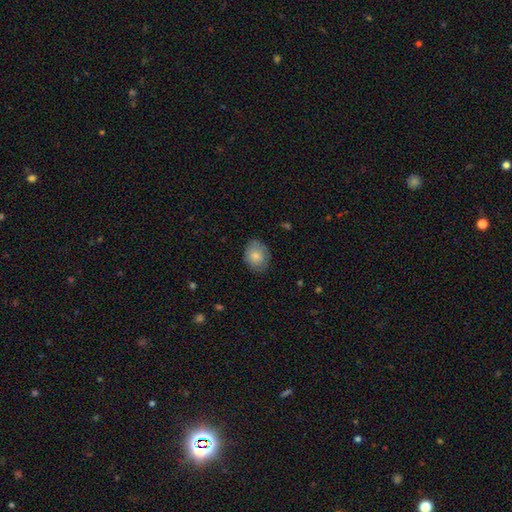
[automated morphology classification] The model was most divided on "how rounded": in between: 54%, round: 45%, cigar-shaped: 1%. More confident: smooth or featured — smooth (82%); merging — none (78%).